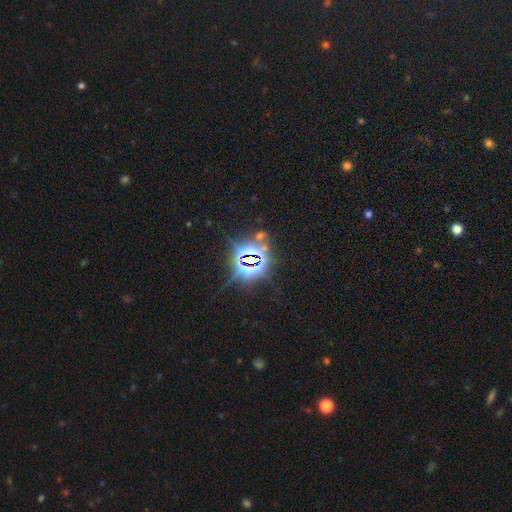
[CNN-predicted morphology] Smooth or featured? Predicted: star or artifact (p=0.84).